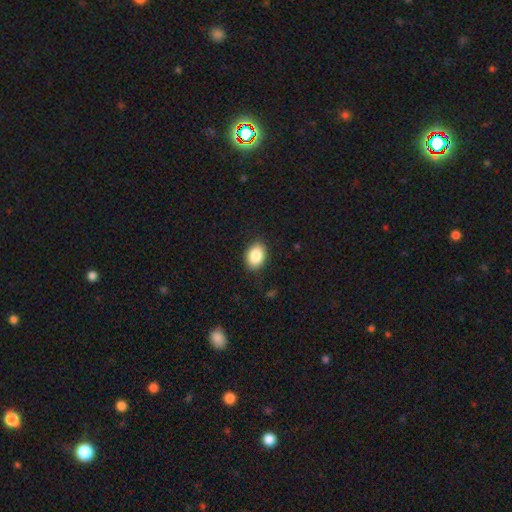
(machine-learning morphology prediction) type=smooth (87%); roundness=in between (78%); merging=none (86%).